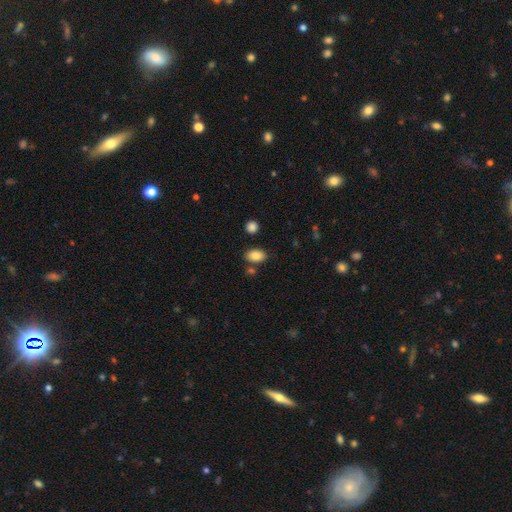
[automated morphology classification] smooth_or_featured: smooth (p=0.87) [alt: star or artifact p=0.08]
how_rounded: in between (p=0.85) [alt: round p=0.13]
merging: none (p=0.78) [alt: minor disturbance p=0.11]